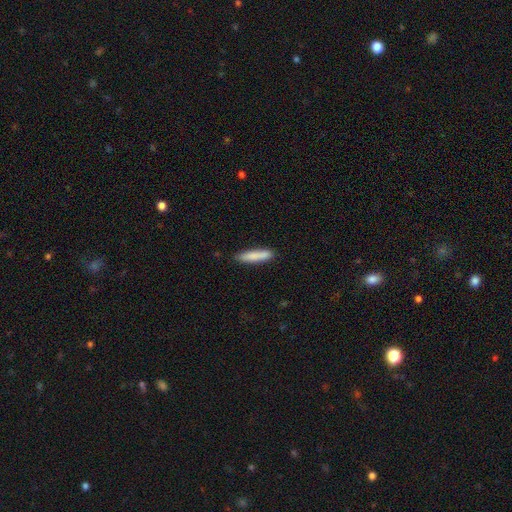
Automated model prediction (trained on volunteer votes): Overall: smooth (84%). How rounded: cigar-shaped (86%). Merging: none (85%).